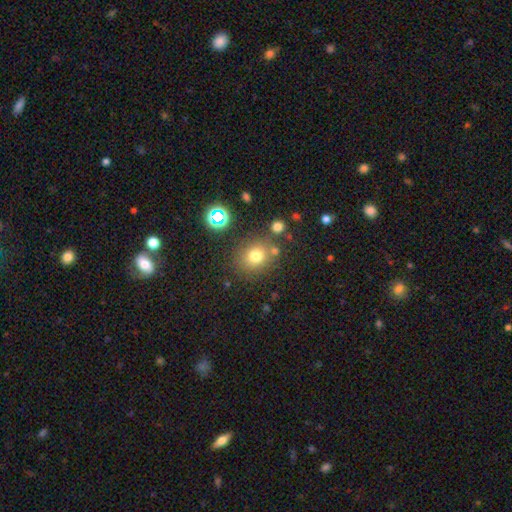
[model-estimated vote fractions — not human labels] smooth-or-featured: smooth: 73% | star or artifact: 18% | featured or disk: 9%
  how-rounded: round: 74% | in between: 25% | cigar-shaped: 1%
  merging: none: 75% | minor disturbance: 11% | merger: 9% | major disturbance: 5%